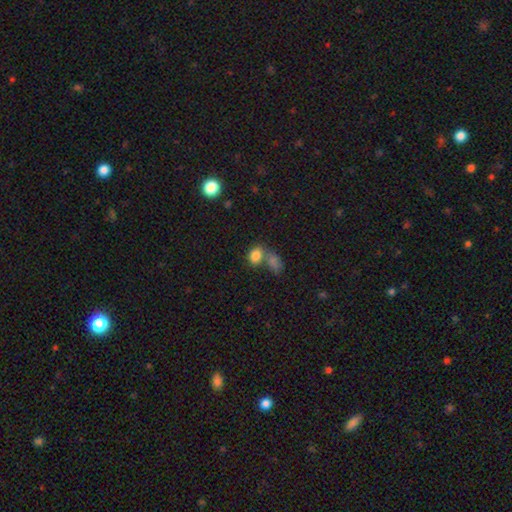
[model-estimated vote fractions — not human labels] Overall: smooth (82%). How rounded: in between (71%). Merging: merger (43%; none 40%).